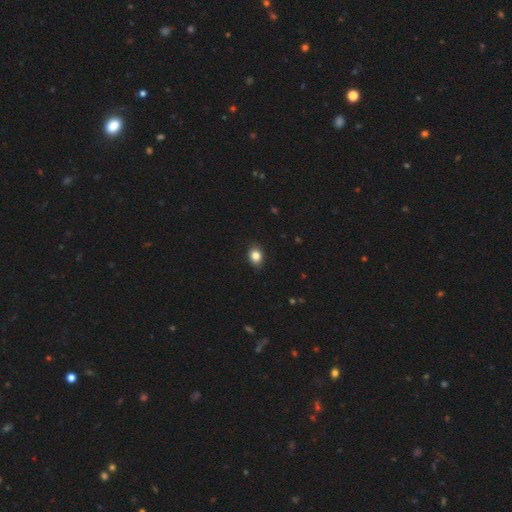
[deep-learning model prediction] smooth-or-featured: smooth: 84% | star or artifact: 10% | featured or disk: 7%
  how-rounded: in between: 64% | round: 35% | cigar-shaped: 1%
  merging: none: 86% | minor disturbance: 11% | major disturbance: 2% | merger: 1%